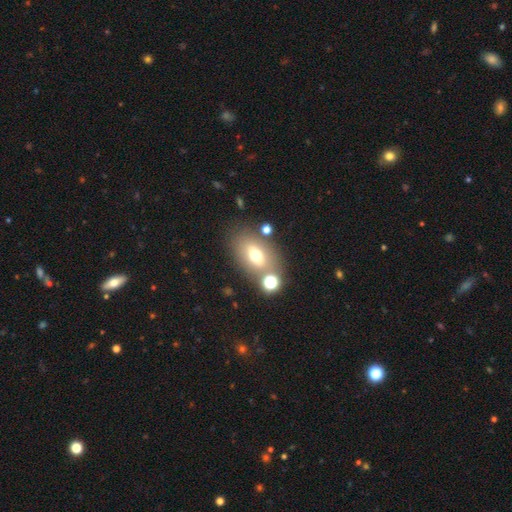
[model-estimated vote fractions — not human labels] This is likely a smooth galaxy (64%). How rounded: likely in between (80%). Merging: likely none (69%).